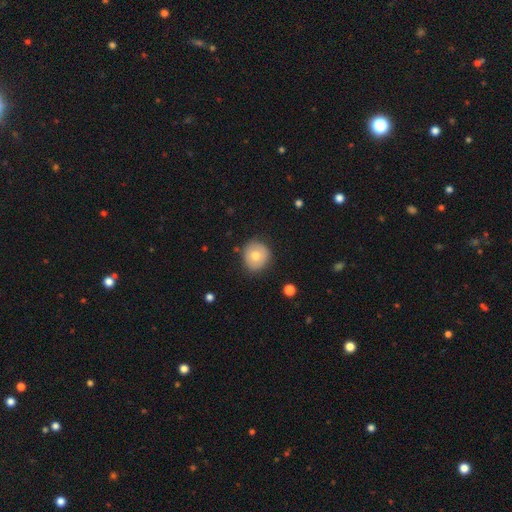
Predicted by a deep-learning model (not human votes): This is likely a smooth galaxy (69%). How rounded: clearly round (87%). Merging: clearly none (84%).